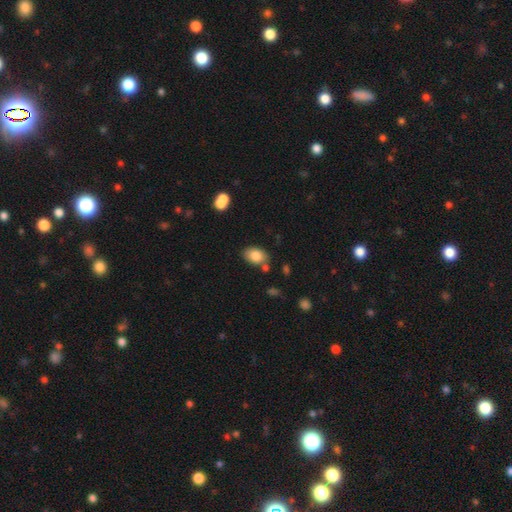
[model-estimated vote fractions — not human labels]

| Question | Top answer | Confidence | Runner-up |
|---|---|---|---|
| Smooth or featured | smooth | 83% | featured or disk (10%) |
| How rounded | in between | 84% | round (15%) |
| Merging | none | 73% | minor disturbance (14%) |